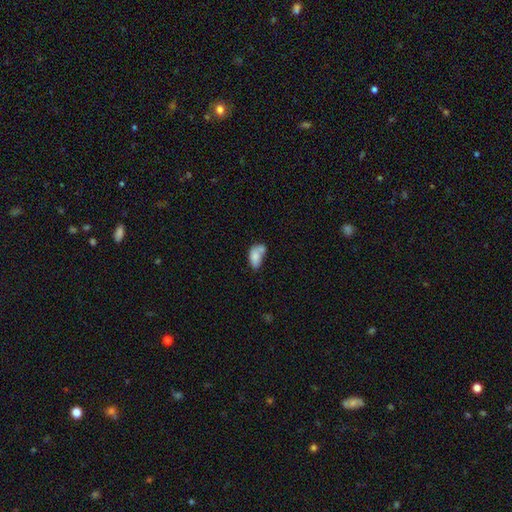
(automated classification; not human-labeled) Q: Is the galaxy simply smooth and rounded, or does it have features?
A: smooth — 75%.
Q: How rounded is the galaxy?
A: in between — 89%.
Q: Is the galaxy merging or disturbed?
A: merger — 45%.